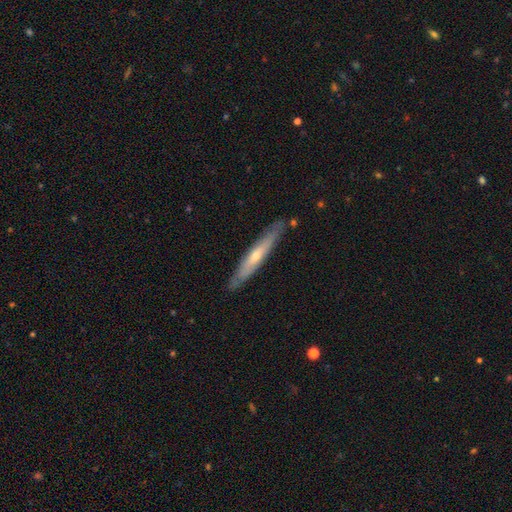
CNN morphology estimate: The model was most divided on "smooth or featured": featured or disk: 59%, smooth: 36%, star or artifact: 6%. More confident: merging — none (85%); edge-on disk — yes (82%).